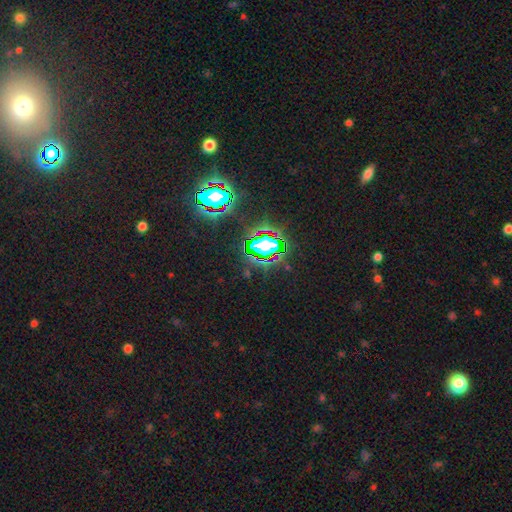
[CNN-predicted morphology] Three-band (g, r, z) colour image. It shows a star or artifact, not a galaxy (82%).